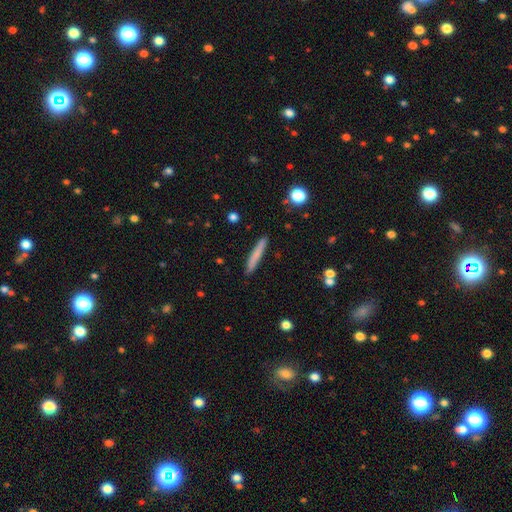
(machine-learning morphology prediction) The model was most divided on "smooth or featured": smooth: 74%, featured or disk: 20%, star or artifact: 6%. More confident: how rounded — cigar-shaped (95%); merging — none (88%).